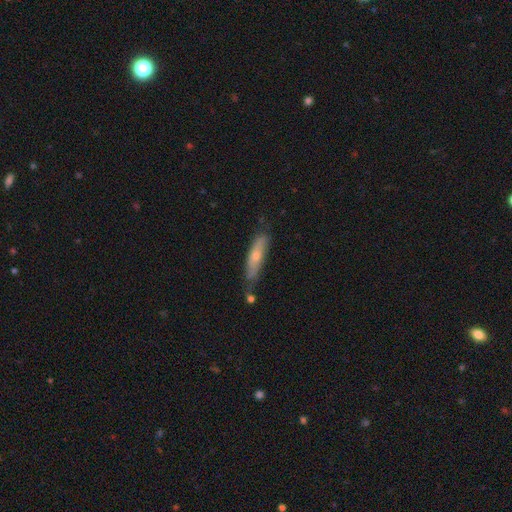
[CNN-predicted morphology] smooth-or-featured: smooth: 51% | featured or disk: 42% | star or artifact: 7%
  how-rounded: cigar-shaped: 79% | in between: 19% | round: 2%
  merging: none: 67% | minor disturbance: 23% | merger: 5% | major disturbance: 4%